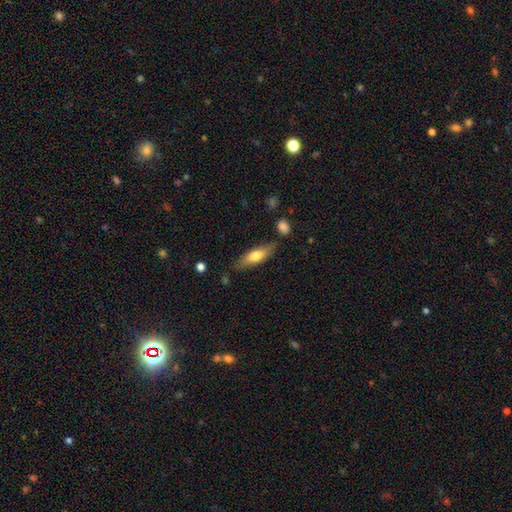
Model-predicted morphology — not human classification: Smooth or featured: smooth — 68% (featured or disk — 27%)
How rounded: in between — 51% (cigar-shaped — 47%)
Merging: none — 78% (minor disturbance — 15%)